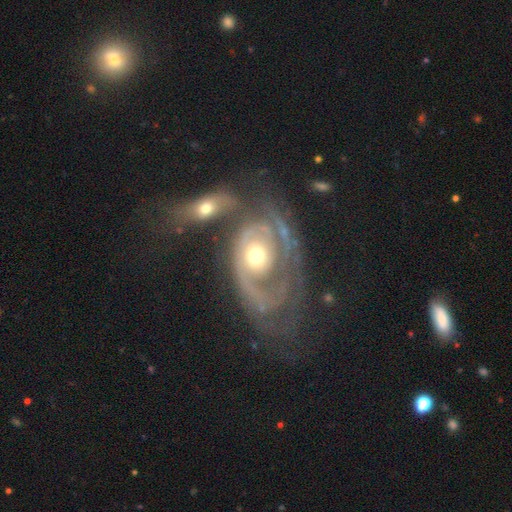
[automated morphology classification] type=featured or disk (83%); edge-on=no (96%); bar=no (79%); spiral arms=yes (81%); winding=tight (52%); arm count=1 (34%); bulge=moderate (70%); merging=merger (34%).